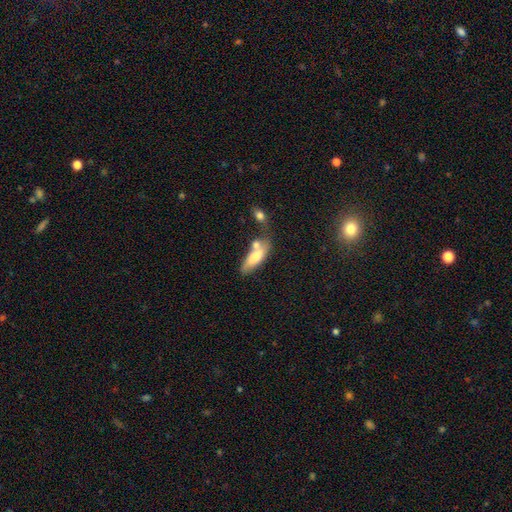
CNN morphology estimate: smooth_or_featured: smooth (p=0.73) [alt: featured or disk p=0.20]
how_rounded: in between (p=0.61) [alt: cigar-shaped p=0.36]
merging: none (p=0.40) [alt: merger p=0.33]